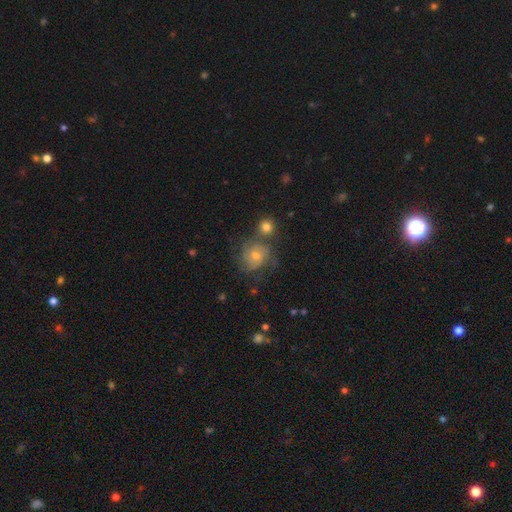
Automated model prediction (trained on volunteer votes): smooth-or-featured: featured or disk: 58% | smooth: 28% | star or artifact: 14%
  disk-edge-on: no: 97% | yes: 3%
    bar: no: 77% | weak: 20% | strong: 3%
    has-spiral-arms: yes: 87% | no: 13%
    bulge-size: moderate: 49% | small: 45% | large: 3% | none: 2% | dominant: 1%
  merging: none: 61% | minor disturbance: 18% | merger: 11% | major disturbance: 10%